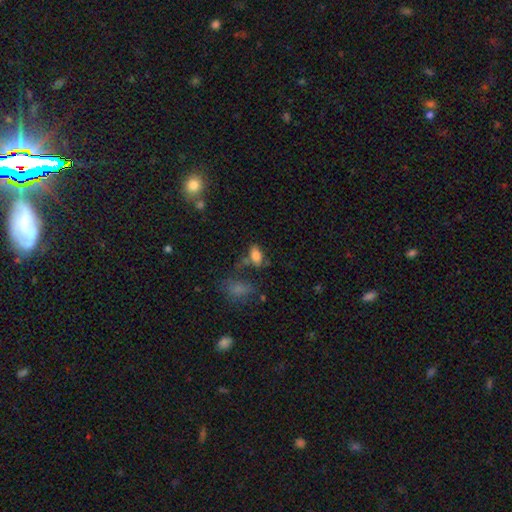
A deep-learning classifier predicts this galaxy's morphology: smooth_or_featured: smooth (p=0.81) [alt: star or artifact p=0.10]
how_rounded: in between (p=0.90) [alt: round p=0.06]
merging: none (p=0.59) [alt: minor disturbance p=0.19]